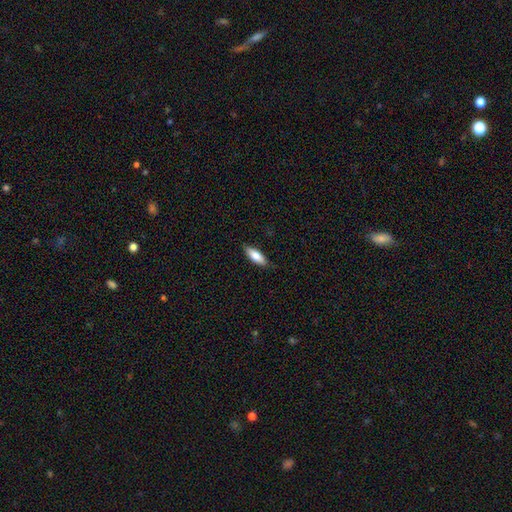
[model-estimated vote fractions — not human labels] Morphology: type=smooth (79%); roundness=in between (63%); merging=none (85%).